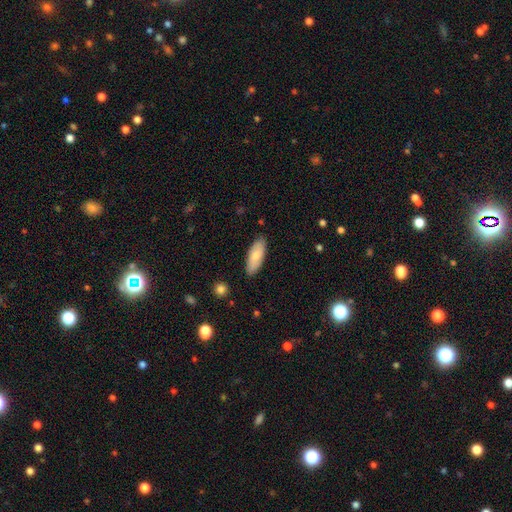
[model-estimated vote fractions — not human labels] This appears to be a smooth galaxy with no disk features (76%) that is in between round and cigar-shaped (80%). Merging: none (85%).